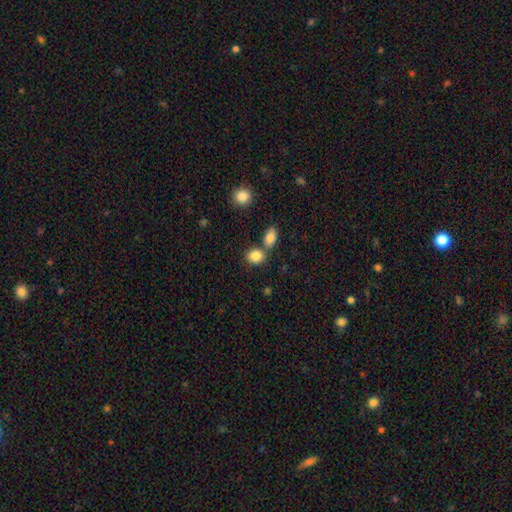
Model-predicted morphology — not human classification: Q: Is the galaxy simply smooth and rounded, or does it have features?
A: smooth — 86%.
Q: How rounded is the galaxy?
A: in between — 52%.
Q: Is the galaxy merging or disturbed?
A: none — 56%.